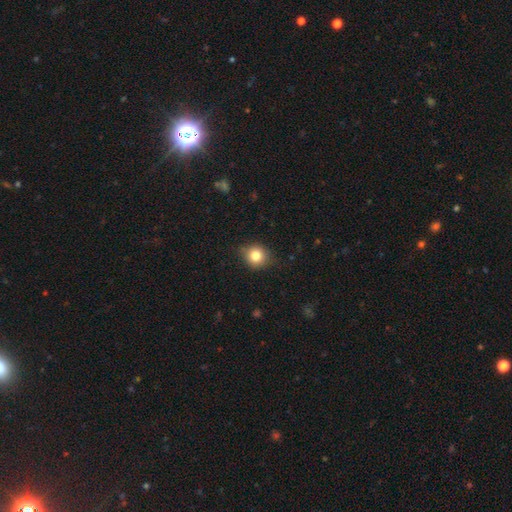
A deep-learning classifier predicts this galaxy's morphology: The model was most divided on "merging": none: 80%, minor disturbance: 16%, major disturbance: 3%, merger: 1%. More confident: how rounded — round (84%); smooth or featured — smooth (82%).